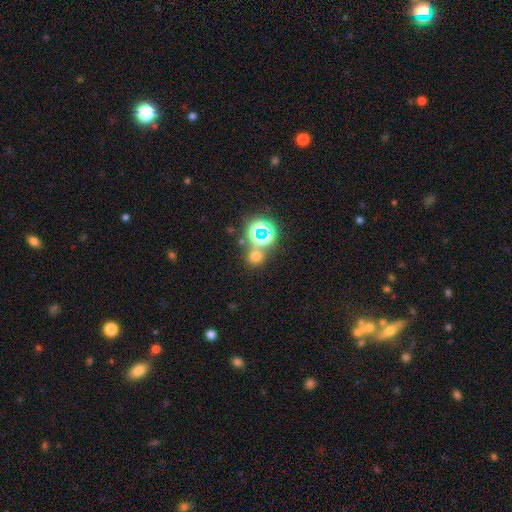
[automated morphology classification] Overall: smooth (56%; star or artifact 36%). How rounded: round (89%). Merging: none (71%).